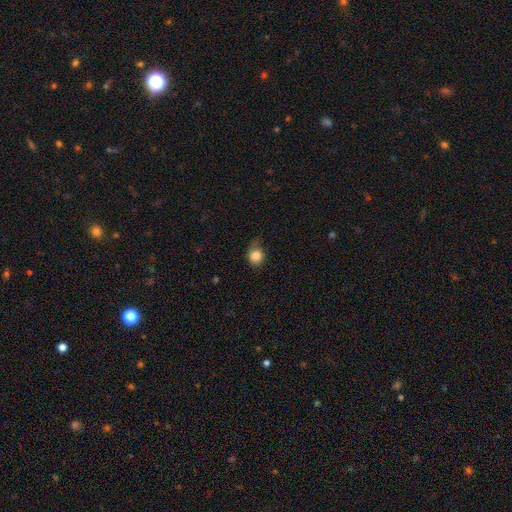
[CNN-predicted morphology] Smooth or featured: smooth — 83% (star or artifact — 10%)
How rounded: round — 78% (in between — 21%)
Merging: none — 52% (minor disturbance — 32%)